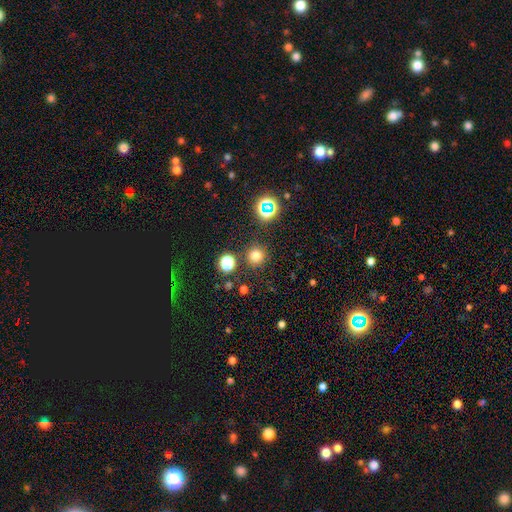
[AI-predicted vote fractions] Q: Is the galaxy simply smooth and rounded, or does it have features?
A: smooth — 72%.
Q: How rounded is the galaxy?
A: round — 95%.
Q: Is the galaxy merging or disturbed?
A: none — 87%.